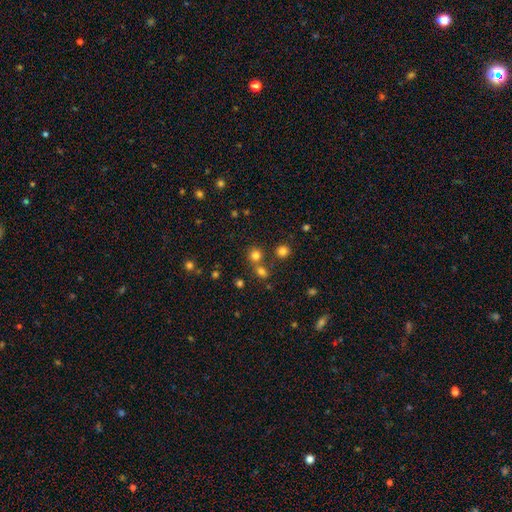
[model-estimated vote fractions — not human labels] Smooth or featured? Predicted: smooth (p=0.76). How rounded? Predicted: round (p=0.87). Merging? Predicted: none (p=0.66).